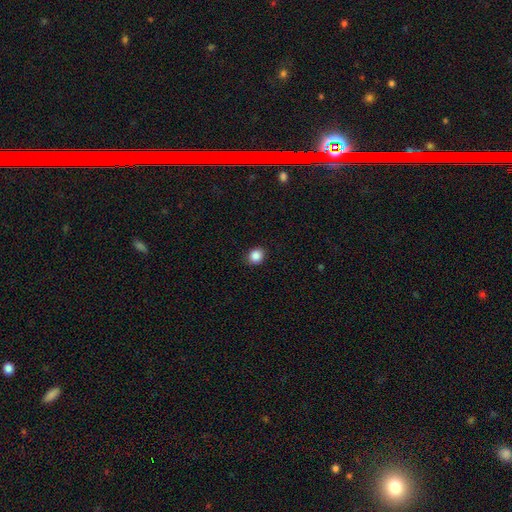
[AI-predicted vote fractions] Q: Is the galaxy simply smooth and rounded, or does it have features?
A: smooth — 87%.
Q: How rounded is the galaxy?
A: round — 72%.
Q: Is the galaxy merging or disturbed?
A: none — 90%.